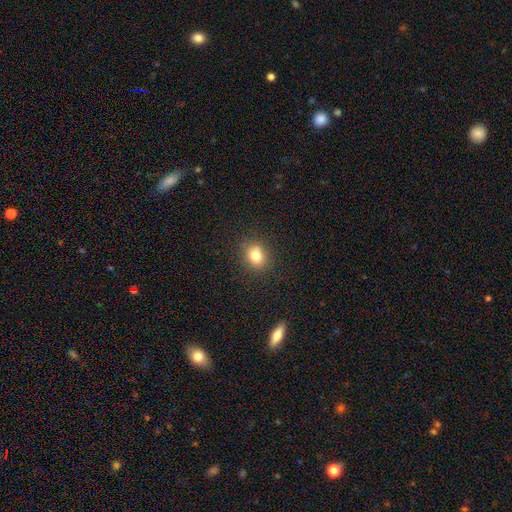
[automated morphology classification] The model was most divided on "how rounded": round: 56%, in between: 43%, cigar-shaped: 1%. More confident: merging — none (85%); smooth or featured — smooth (80%).